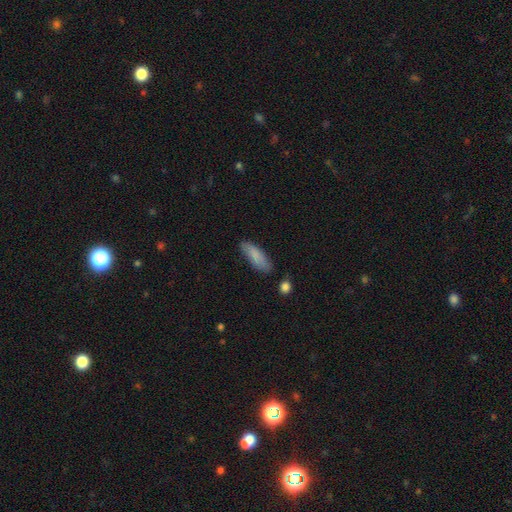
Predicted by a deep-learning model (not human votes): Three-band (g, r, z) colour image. It shows a smooth galaxy with no disk features (84%) that is in between round and cigar-shaped (57%). Merging: none (77%).